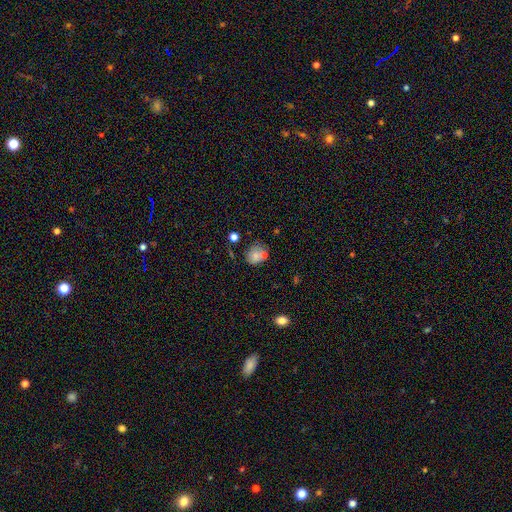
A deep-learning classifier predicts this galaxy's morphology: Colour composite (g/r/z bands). It shows a smooth galaxy with no disk features (73%) that is round (63%). Merging: none (49%).